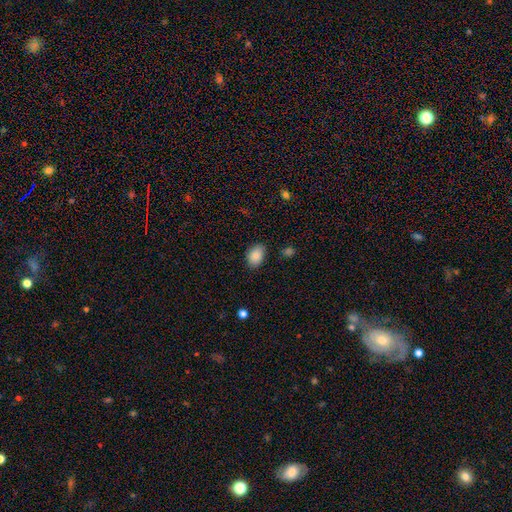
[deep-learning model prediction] Q: Smooth or featured?
A: smooth (87%); runner-up: star or artifact (8%)
Q: How rounded?
A: in between (84%); runner-up: round (15%)
Q: Merging?
A: none (83%); runner-up: minor disturbance (13%)